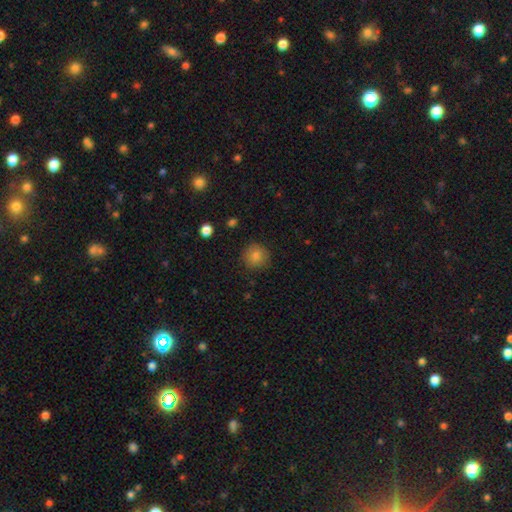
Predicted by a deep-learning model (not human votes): This is clearly a smooth galaxy (82%). How rounded: clearly round (92%). Merging: clearly none (89%).